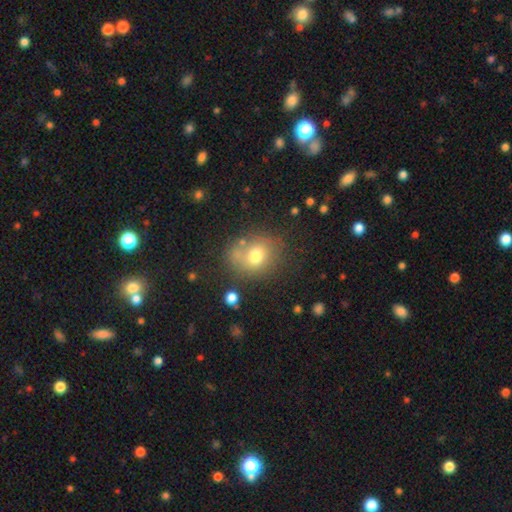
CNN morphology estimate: smooth 72%, featured or disk 15%, star or artifact 13%. Down the decision tree: how rounded — round (66%); merging — none (66%).